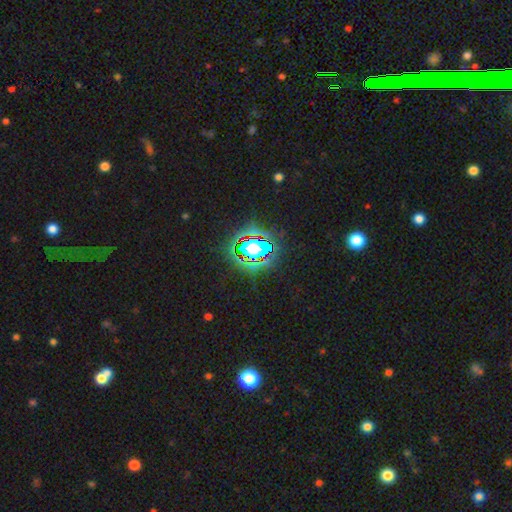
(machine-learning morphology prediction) A star or artifact, not a galaxy (80%).

Vote fractions:
- Smooth or featured? star or artifact: 80% / smooth: 12% / featured or disk: 8%